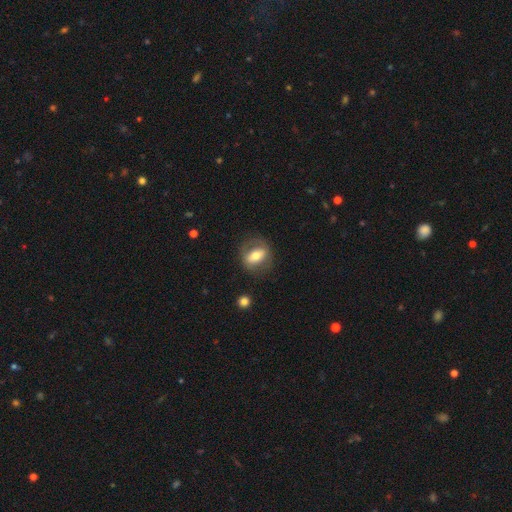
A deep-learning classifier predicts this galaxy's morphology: Smooth or featured? Predicted: smooth (p=0.53). How rounded? Predicted: in between (p=0.65). Merging? Predicted: none (p=0.74).